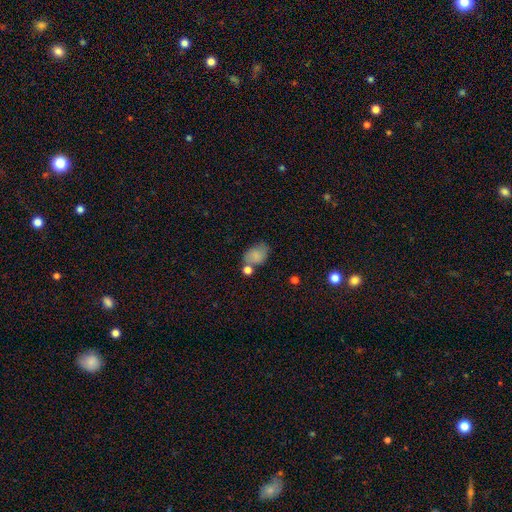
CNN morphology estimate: smooth 79%, featured or disk 11%, star or artifact 10%. Down the decision tree: how rounded — in between (77%); merging — none (50%).